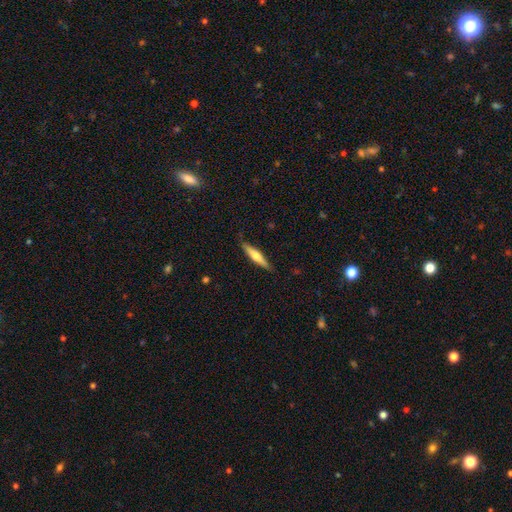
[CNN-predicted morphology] The model was most divided on "smooth or featured": featured or disk: 49%, smooth: 46%, star or artifact: 5%. More confident: merging — none (87%).